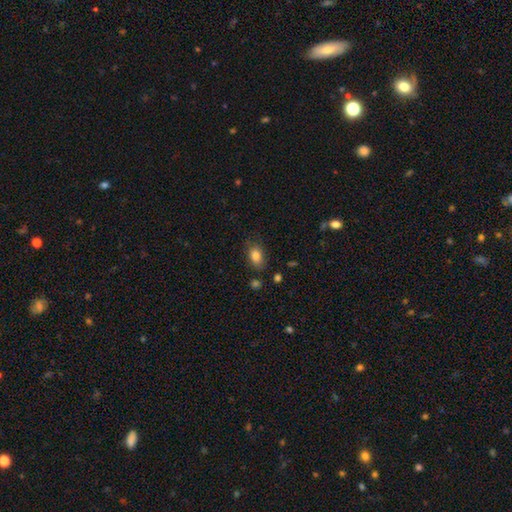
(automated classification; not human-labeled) This appears to be a smooth galaxy with no disk features (83%) that is in between round and cigar-shaped (84%). Merging: none (77%).